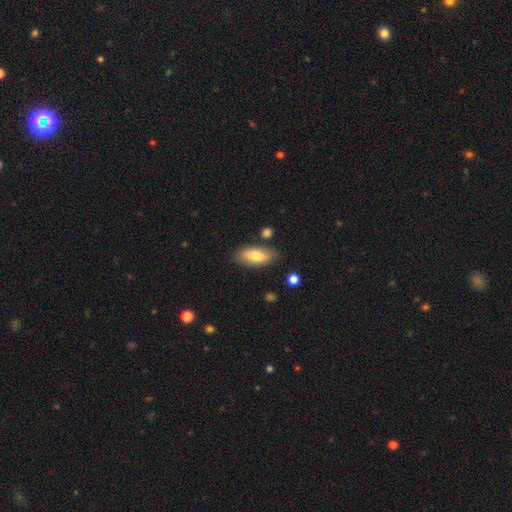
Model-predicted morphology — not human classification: The model was most divided on "smooth or featured": smooth: 76%, featured or disk: 18%, star or artifact: 6%. More confident: how rounded — in between (85%); merging — none (81%).